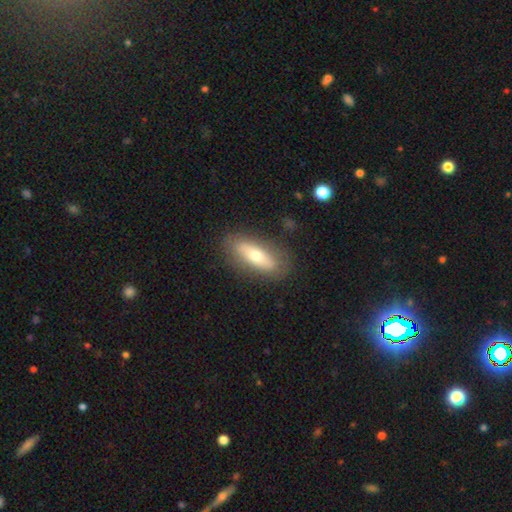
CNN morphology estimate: A smooth galaxy with no disk features (57%) that is in between round and cigar-shaped (62%). Merging: none (83%).